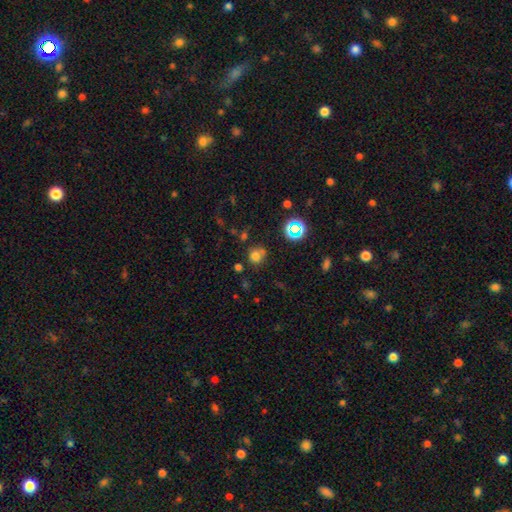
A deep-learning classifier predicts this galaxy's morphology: smooth 70%, star or artifact 21%, featured or disk 9%. Down the decision tree: how rounded — round (84%); merging — none (66%).